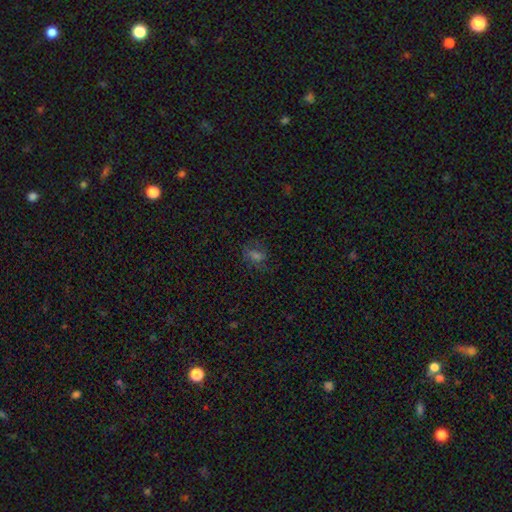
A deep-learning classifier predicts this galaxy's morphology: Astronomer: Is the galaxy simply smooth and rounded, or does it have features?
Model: smooth — 44% (runner-up: star or artifact, 29%).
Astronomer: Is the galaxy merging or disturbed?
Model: none — 69%.